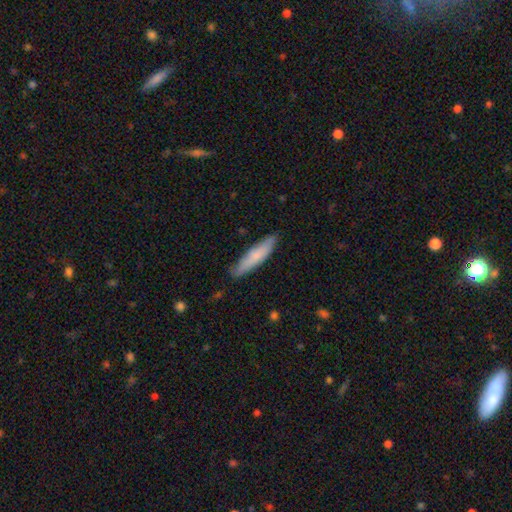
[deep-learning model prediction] Q: Smooth or featured?
A: smooth (76%); runner-up: featured or disk (19%)
Q: How rounded?
A: cigar-shaped (83%); runner-up: in between (16%)
Q: Merging?
A: none (84%); runner-up: minor disturbance (13%)